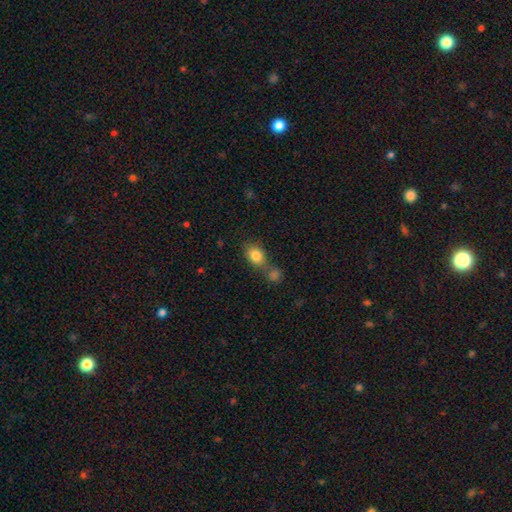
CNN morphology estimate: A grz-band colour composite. It shows a smooth galaxy with no disk features (83%) that is in between round and cigar-shaped (60%). Merging: none (45%).